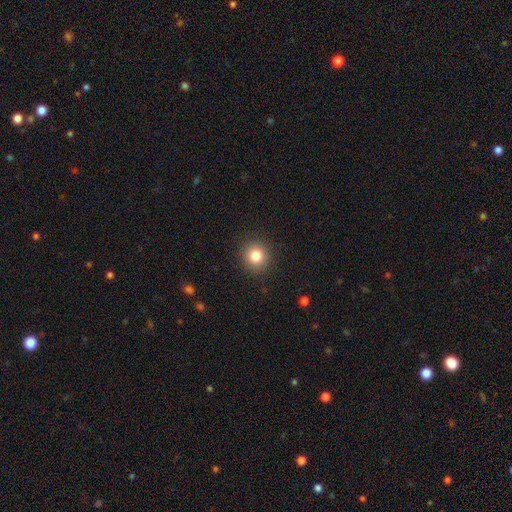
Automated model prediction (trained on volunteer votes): smooth_or_featured: smooth (p=0.82) [alt: star or artifact p=0.11]
how_rounded: round (p=0.92) [alt: in between p=0.07]
merging: none (p=0.91) [alt: minor disturbance p=0.06]